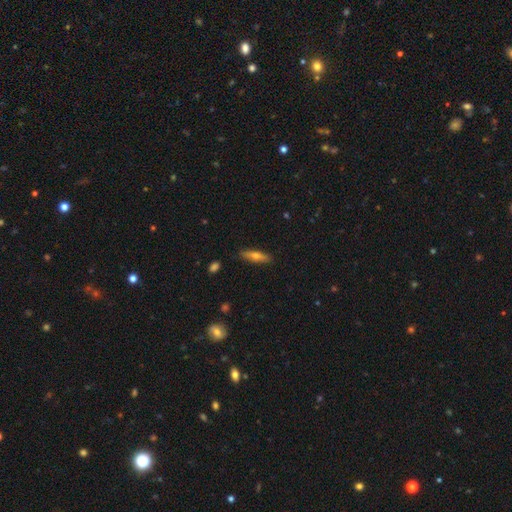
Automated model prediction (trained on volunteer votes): A smooth galaxy with no disk features (55%) that is cigar-shaped (71%). Merging: none (87%).